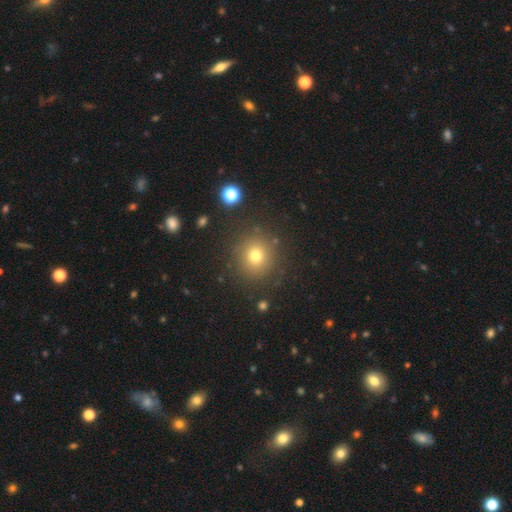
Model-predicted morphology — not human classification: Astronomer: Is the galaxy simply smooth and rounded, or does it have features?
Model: smooth — 74%.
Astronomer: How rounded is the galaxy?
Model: round — 91%.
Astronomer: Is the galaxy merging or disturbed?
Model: none — 87%.